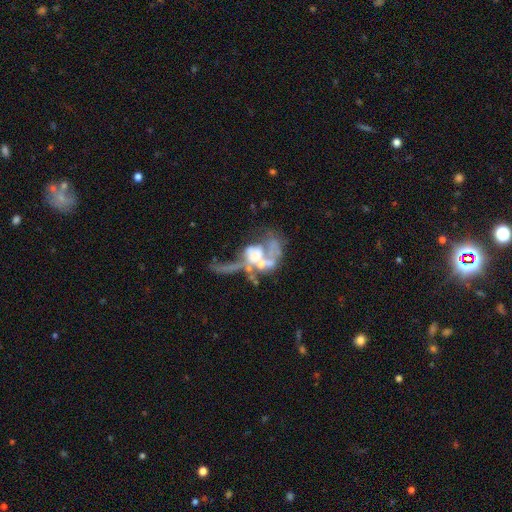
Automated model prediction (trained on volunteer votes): This is likely a featured or disk galaxy (66%). It is clearly not viewed edge-on (95%). Bar: clearly no (82%). Spiral arm pattern: likely no (74%). Central bulge: marginally none (34%). Merging: marginally merger (41%).